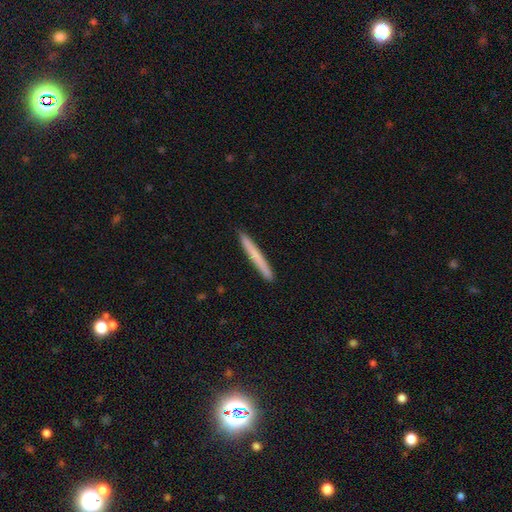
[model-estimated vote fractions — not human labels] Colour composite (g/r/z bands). It shows a smooth galaxy with no disk features (69%) that is cigar-shaped (97%). Merging: none (92%).